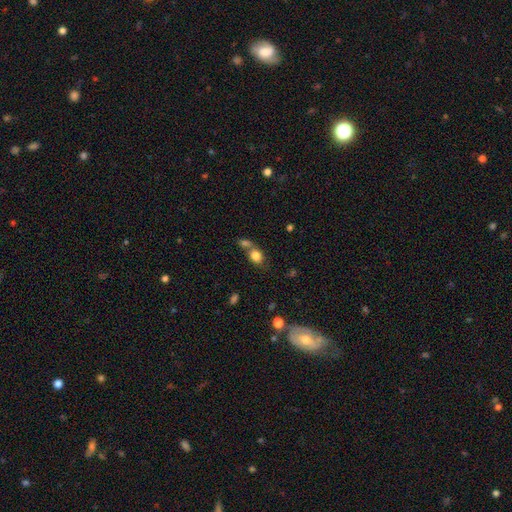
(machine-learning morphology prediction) The model was most divided on "how rounded" (2-way tie): round: 49%, in between: 49%, cigar-shaped: 2%. Remaining: smooth or featured — smooth (81%); merging — merger (48%).